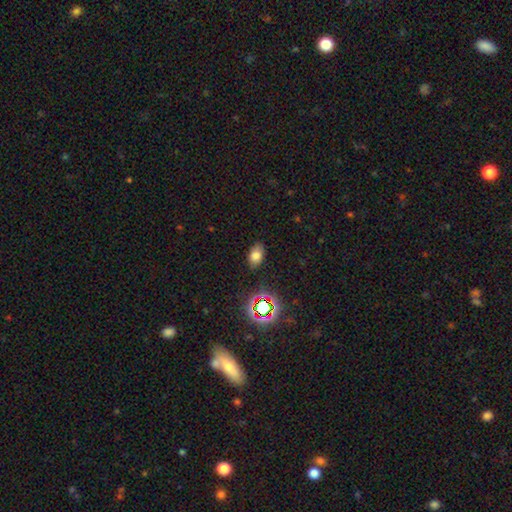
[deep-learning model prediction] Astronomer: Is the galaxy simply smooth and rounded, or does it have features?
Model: smooth — 73%.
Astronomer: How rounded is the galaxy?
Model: in between — 87%.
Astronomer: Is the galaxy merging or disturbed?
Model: none — 83%.